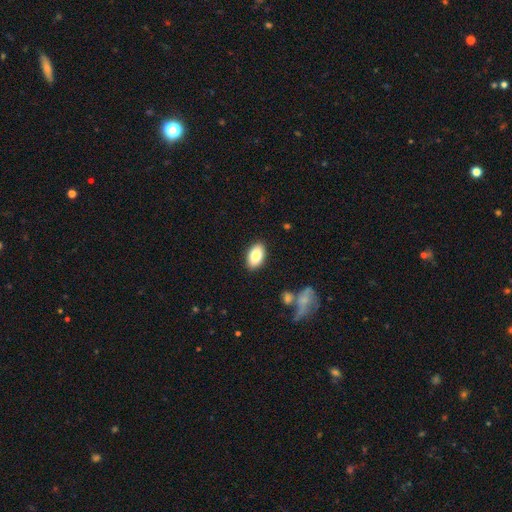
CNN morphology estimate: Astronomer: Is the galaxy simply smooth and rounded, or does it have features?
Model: smooth — 82%.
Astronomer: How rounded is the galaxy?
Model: in between — 93%.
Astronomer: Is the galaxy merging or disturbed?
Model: none — 88%.